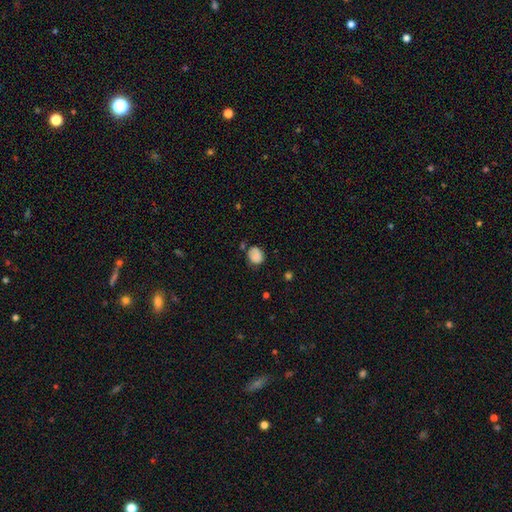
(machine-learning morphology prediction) A smooth galaxy with no disk features (78%) that is round (62%). Merging: none (58%).